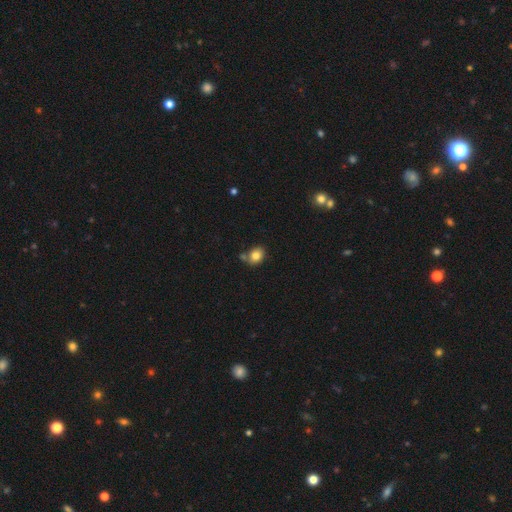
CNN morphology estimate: smooth-or-featured: smooth: 81% | star or artifact: 10% | featured or disk: 9%
  how-rounded: in between: 55% | round: 44% | cigar-shaped: 1%
  merging: none: 63% | merger: 17% | minor disturbance: 15% | major disturbance: 4%